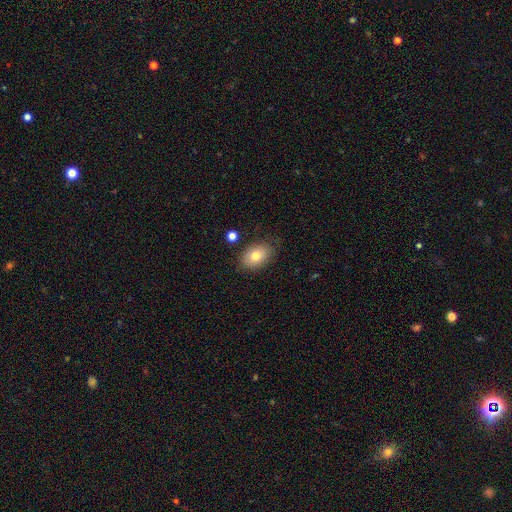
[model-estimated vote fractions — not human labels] This appears to be a smooth galaxy with no disk features (76%) that is in between round and cigar-shaped (83%). Merging: none (78%).